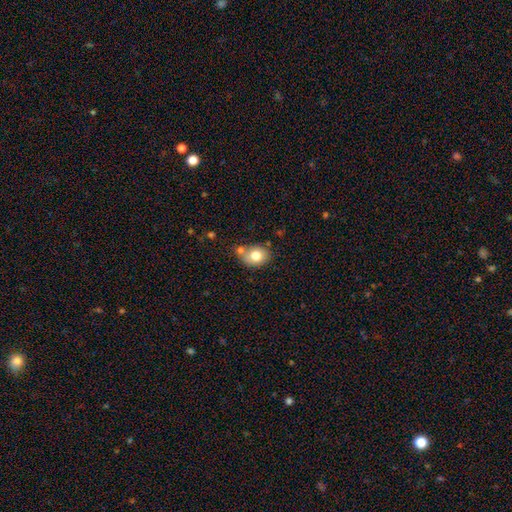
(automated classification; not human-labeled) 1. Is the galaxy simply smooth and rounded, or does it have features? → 77% smooth, 14% featured or disk, 9% star or artifact.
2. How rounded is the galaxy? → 53% round, 46% in between, 1% cigar-shaped.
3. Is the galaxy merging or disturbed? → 54% none, 24% merger, 17% minor disturbance, 5% major disturbance.